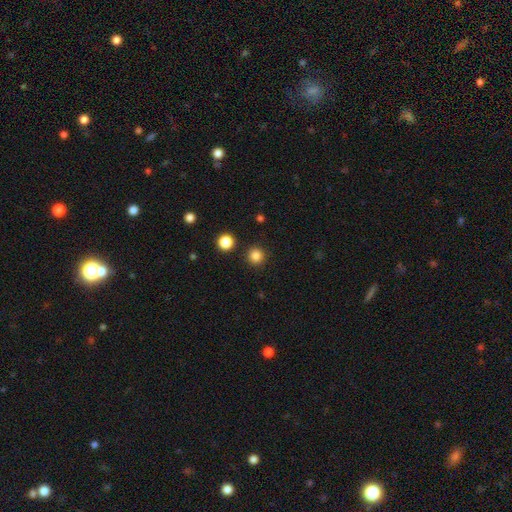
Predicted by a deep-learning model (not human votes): Overall: smooth (84%). How rounded: round (95%). Merging: none (91%).